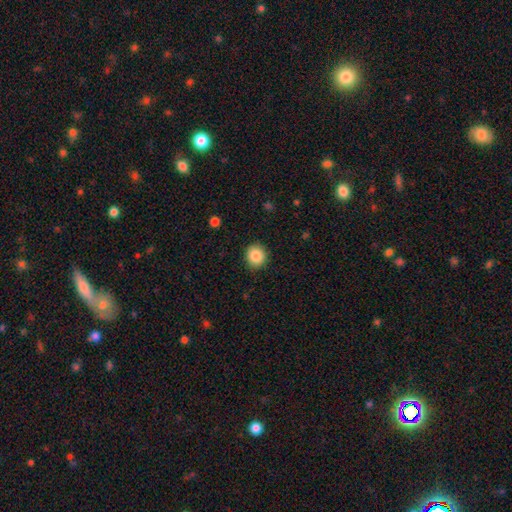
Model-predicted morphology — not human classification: A smooth galaxy with no disk features (86%) that is round (88%). Merging: none (90%).